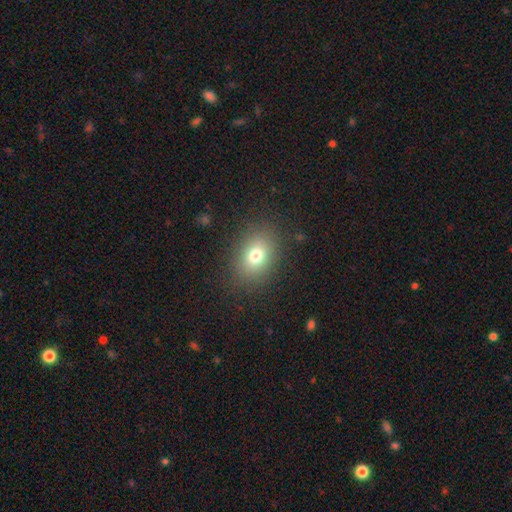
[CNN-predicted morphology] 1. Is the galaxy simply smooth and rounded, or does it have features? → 75% smooth, 14% star or artifact, 12% featured or disk.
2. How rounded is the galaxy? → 63% in between, 36% round, 1% cigar-shaped.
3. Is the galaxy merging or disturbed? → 85% none, 10% minor disturbance, 5% major disturbance, 1% merger.